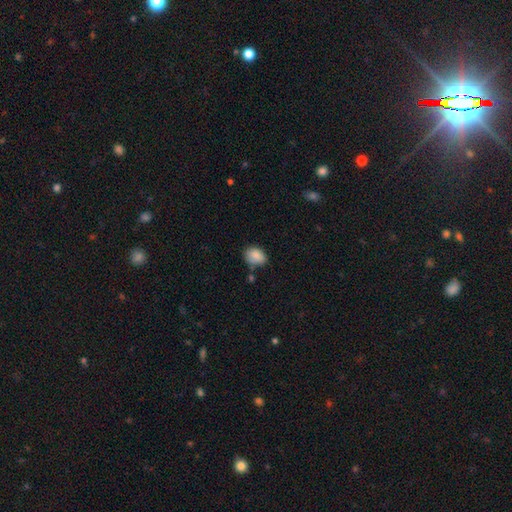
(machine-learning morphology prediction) Overall: smooth (85%). How rounded: in between (73%). Merging: none (62%; minor disturbance 26%).